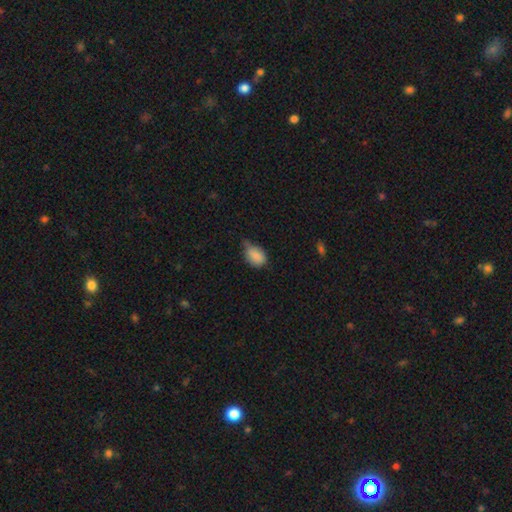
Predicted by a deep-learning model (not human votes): A smooth galaxy with no disk features (84%) that is in between round and cigar-shaped (77%).

Vote fractions:
- Smooth or featured? smooth: 84% / star or artifact: 9% / featured or disk: 7%
- How rounded? in between: 77% / round: 21% / cigar-shaped: 2%
- Merging? minor disturbance: 50% / none: 35% / major disturbance: 12% / merger: 3%